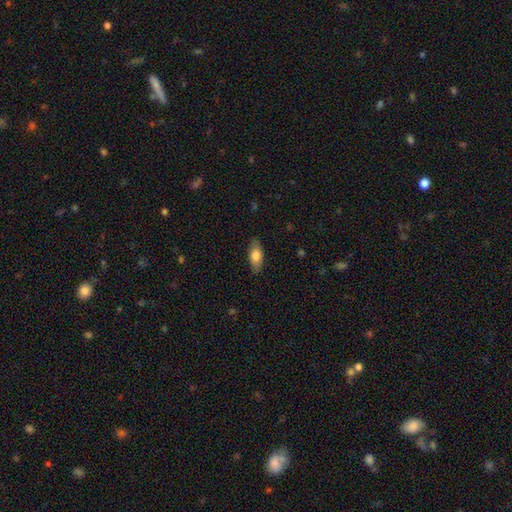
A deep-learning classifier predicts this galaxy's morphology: Smooth or featured: smooth — 77% (featured or disk — 17%)
How rounded: in between — 82% (cigar-shaped — 15%)
Merging: none — 85% (minor disturbance — 12%)